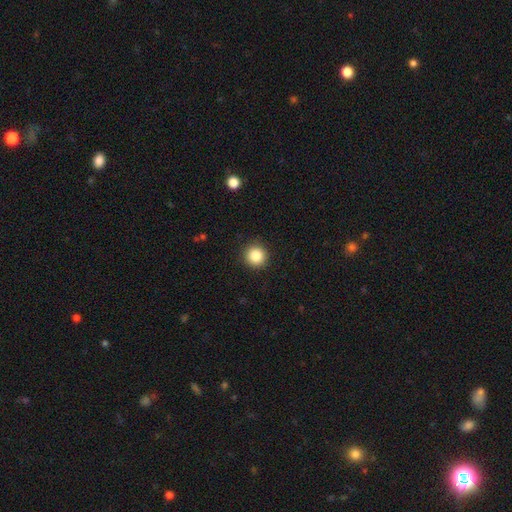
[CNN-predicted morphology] A smooth galaxy with no disk features (86%) that is round (95%). Merging: none (91%).